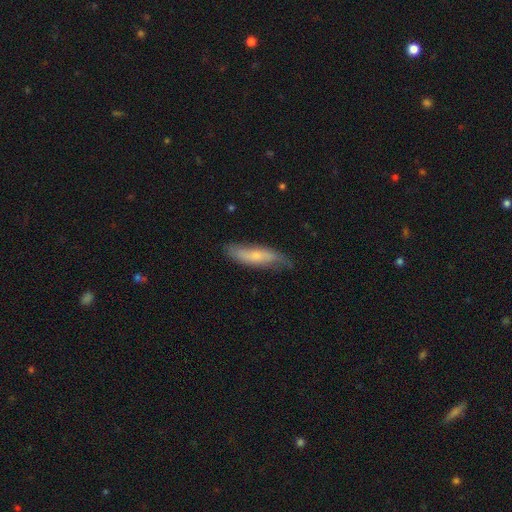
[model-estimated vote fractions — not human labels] Q: Smooth or featured?
A: smooth (60%); runner-up: featured or disk (34%)
Q: How rounded?
A: cigar-shaped (66%); runner-up: in between (32%)
Q: Merging?
A: none (72%); runner-up: minor disturbance (22%)